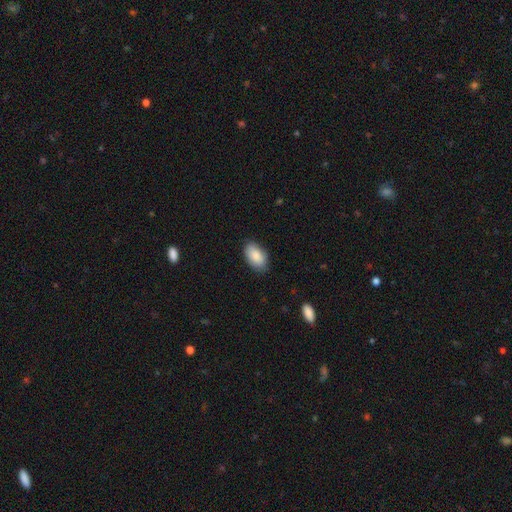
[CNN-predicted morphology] This appears to be a smooth galaxy with no disk features (87%) that is in between round and cigar-shaped (94%). Merging: none (82%).